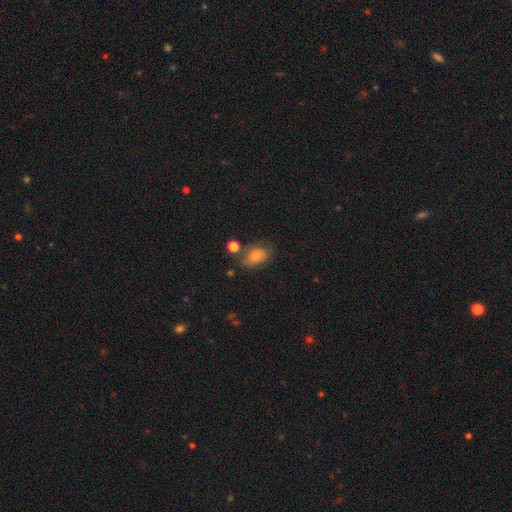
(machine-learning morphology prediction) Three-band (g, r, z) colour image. It shows a smooth galaxy with no disk features (66%) that is in between round and cigar-shaped (80%). Merging: none (64%).